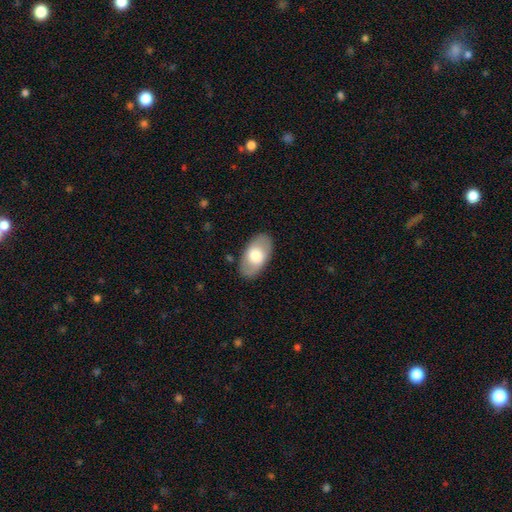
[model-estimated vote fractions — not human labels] Overall: smooth (64%; featured or disk 31%). How rounded: in between (94%). Merging: none (85%).